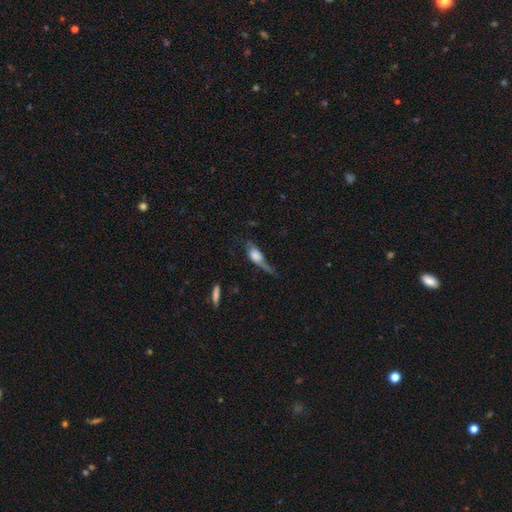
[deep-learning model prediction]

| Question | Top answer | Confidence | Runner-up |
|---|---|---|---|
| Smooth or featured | smooth | 56% | featured or disk (35%) |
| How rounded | in between | 70% | cigar-shaped (19%) |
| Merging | major disturbance | 42% | minor disturbance (27%) |